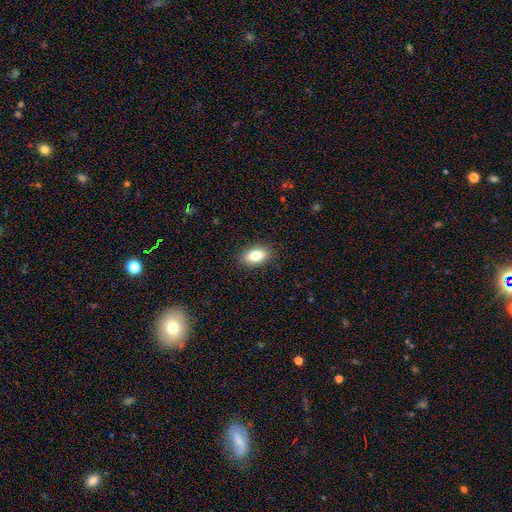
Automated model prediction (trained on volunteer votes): Q: Smooth or featured?
A: smooth (81%); runner-up: featured or disk (11%)
Q: How rounded?
A: in between (88%); runner-up: round (7%)
Q: Merging?
A: none (88%); runner-up: minor disturbance (9%)